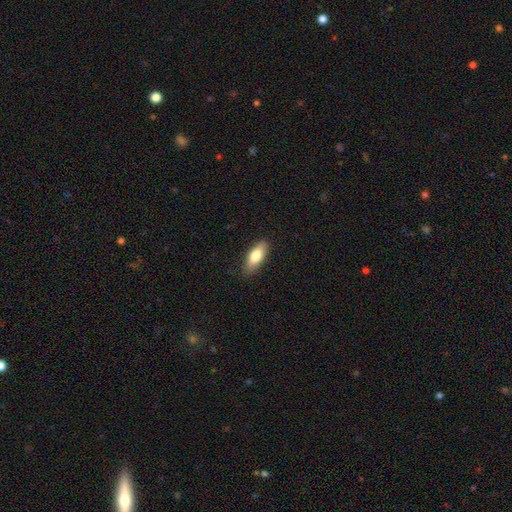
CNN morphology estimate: smooth 75%, featured or disk 18%, star or artifact 6%. Down the decision tree: how rounded — in between (73%); merging — none (86%).